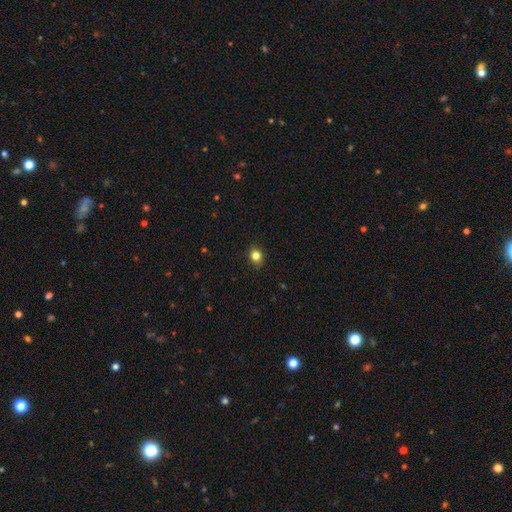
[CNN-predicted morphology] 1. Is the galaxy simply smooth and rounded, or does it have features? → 82% smooth, 12% star or artifact, 6% featured or disk.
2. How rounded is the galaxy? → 68% round, 31% in between, 1% cigar-shaped.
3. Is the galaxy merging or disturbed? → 88% none, 9% minor disturbance, 2% major disturbance, 1% merger.